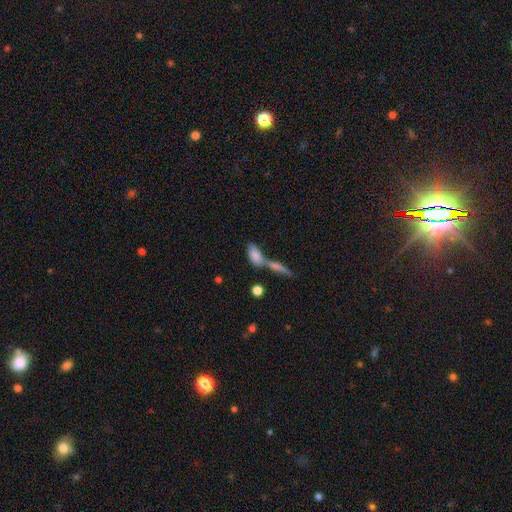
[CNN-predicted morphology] Smooth or featured? smooth (78%)
How rounded? in between (80%)
Merging? merger (49%)